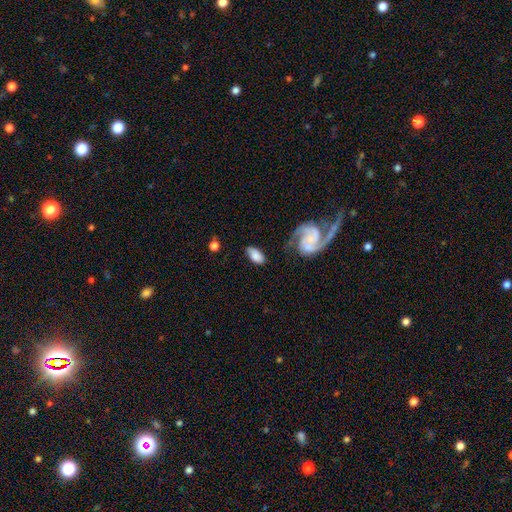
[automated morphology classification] A smooth galaxy with no disk features (66%) that is in between round and cigar-shaped (91%). Merging: none (72%).